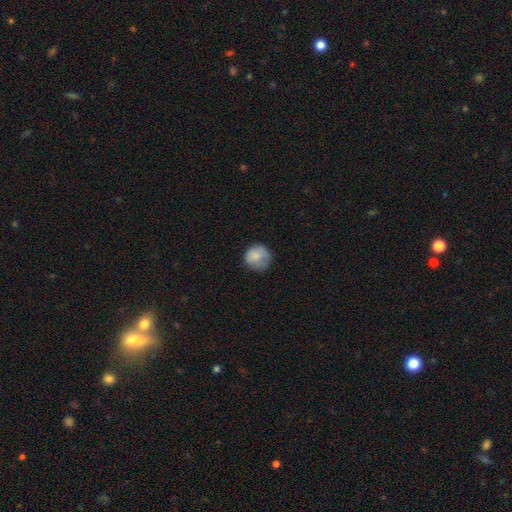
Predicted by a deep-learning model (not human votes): smooth_or_featured: smooth (p=0.79) [alt: featured or disk p=0.13]
how_rounded: round (p=0.88) [alt: in between p=0.11]
merging: none (p=0.66) [alt: minor disturbance p=0.24]